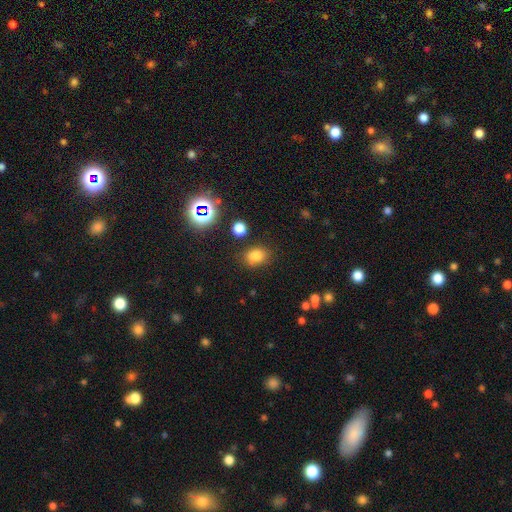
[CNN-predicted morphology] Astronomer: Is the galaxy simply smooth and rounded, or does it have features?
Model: smooth — 77%.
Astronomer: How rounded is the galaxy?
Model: in between — 62% (runner-up: round, 37%).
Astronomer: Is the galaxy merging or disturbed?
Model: none — 76%.